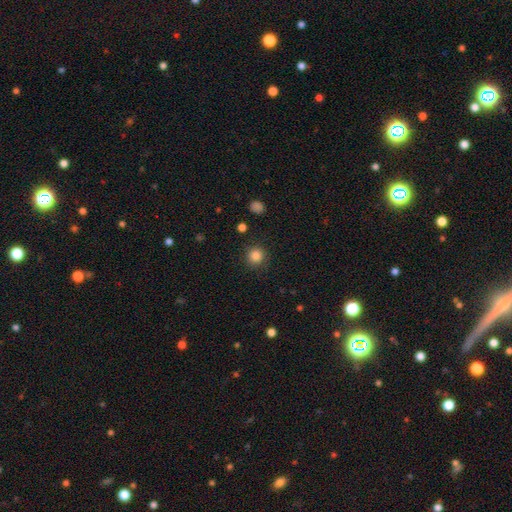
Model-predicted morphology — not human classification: Smooth or featured? smooth (85%)
How rounded? round (93%)
Merging? none (89%)